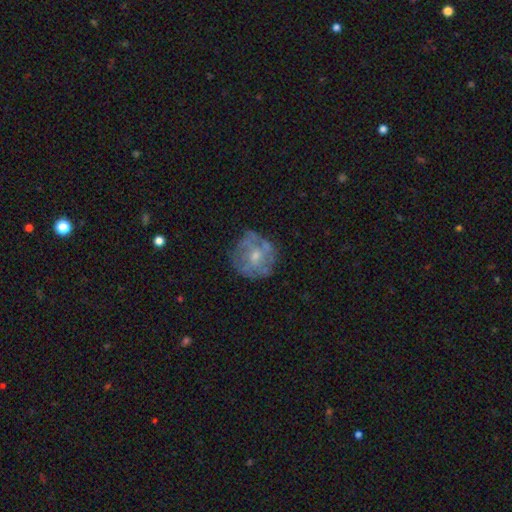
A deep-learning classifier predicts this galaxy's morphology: A featured or disk galaxy (58%) with no bar (70%), no spiral arms (60%) and a small central bulge (50%).

Vote fractions:
- Smooth or featured? featured or disk: 58% / smooth: 33% / star or artifact: 9%
- Edge-on disk? no: 97% / yes: 3%
- Bar? no: 70% / weak: 25% / strong: 4%
- Spiral arms? no: 60% / yes: 40%
- Bulge size? small: 50% / moderate: 43% / none: 5% / large: 2% / dominant: 1%
- Merging? none: 68% / minor disturbance: 20% / major disturbance: 11% / merger: 2%